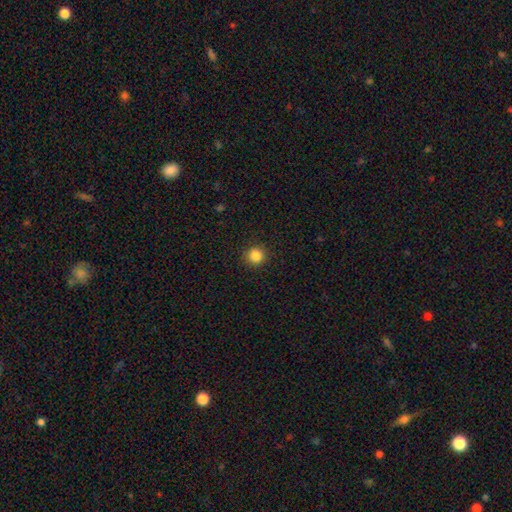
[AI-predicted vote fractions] A smooth galaxy with no disk features (85%) that is round (92%). Merging: none (91%).